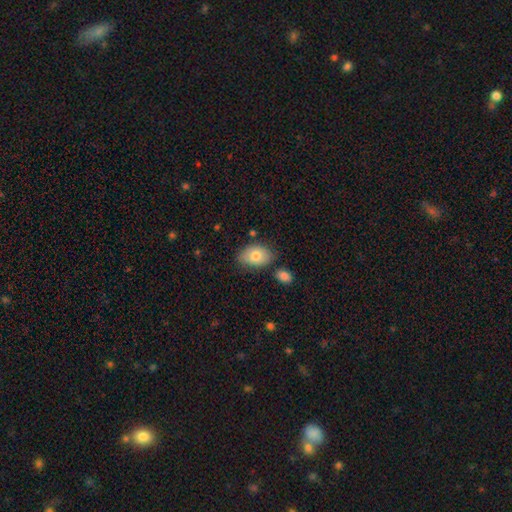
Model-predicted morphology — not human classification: This is likely a smooth galaxy (80%). How rounded: clearly in between (87%). Merging: likely none (73%).